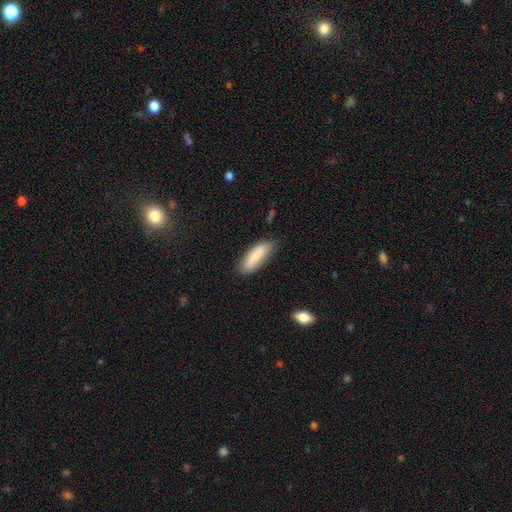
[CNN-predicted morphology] type=smooth (80%); roundness=in between (55%); merging=none (70%).